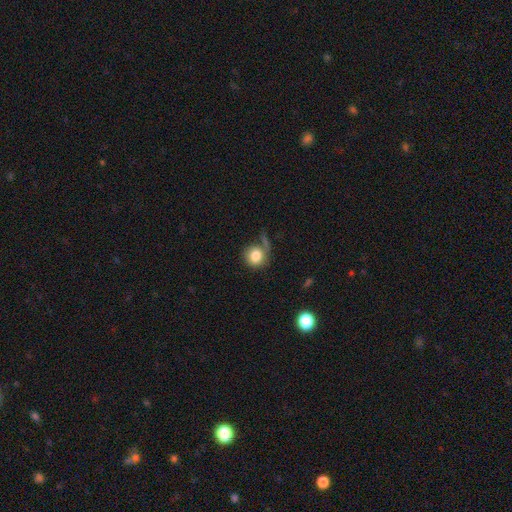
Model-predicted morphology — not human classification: Smooth or featured?
  - smooth: 82% *
  - featured or disk: 10%
  - star or artifact: 8%
How rounded?
  - round: 87% *
  - in between: 12%
  - cigar-shaped: 1%
Merging?
  - none: 56% *
  - minor disturbance: 19%
  - major disturbance: 15%
  - merger: 10%